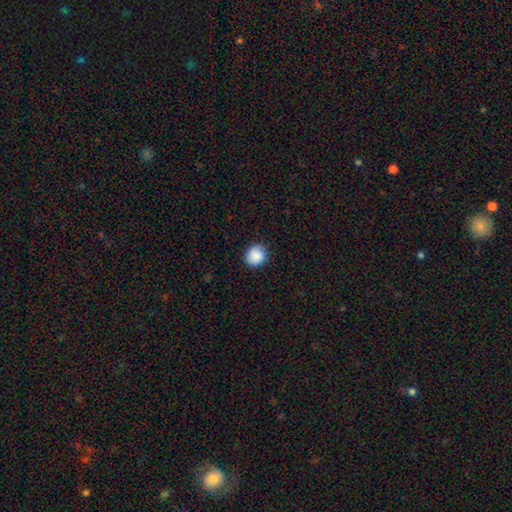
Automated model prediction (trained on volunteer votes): Overall: smooth (88%). How rounded: round (79%). Merging: none (85%).